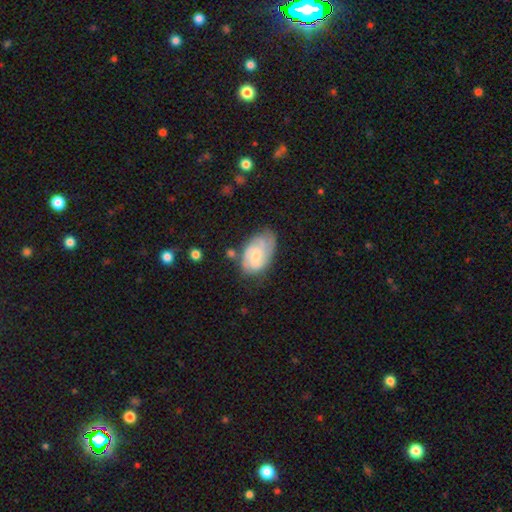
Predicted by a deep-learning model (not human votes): Q: Smooth or featured?
A: featured or disk (72%); runner-up: smooth (22%)
Q: Edge-on disk?
A: no (97%); runner-up: yes (3%)
Q: Bar?
A: no (60%); runner-up: weak (35%)
Q: Spiral arms?
A: yes (93%); runner-up: no (7%)
Q: Spiral winding?
A: tight (58%); runner-up: medium (34%)
Q: Spiral arm count?
A: 2 (40%); runner-up: can't tell (28%)
Q: Bulge size?
A: small (53%); runner-up: moderate (38%)
Q: Merging?
A: none (61%); runner-up: minor disturbance (26%)